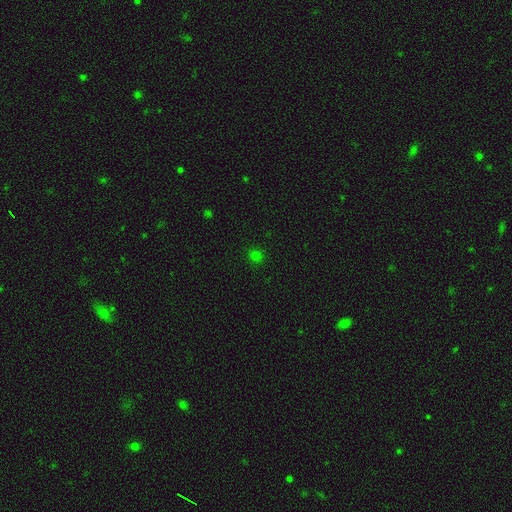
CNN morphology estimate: Q: Smooth or featured?
A: smooth (74%); runner-up: star or artifact (22%)
Q: How rounded?
A: round (88%); runner-up: in between (11%)
Q: Merging?
A: none (89%); runner-up: minor disturbance (7%)